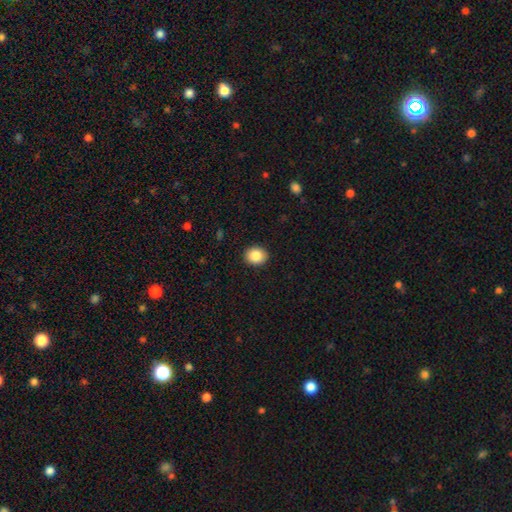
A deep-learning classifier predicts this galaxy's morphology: This appears to be a smooth galaxy with no disk features (86%) that is round (68%). Merging: none (92%).